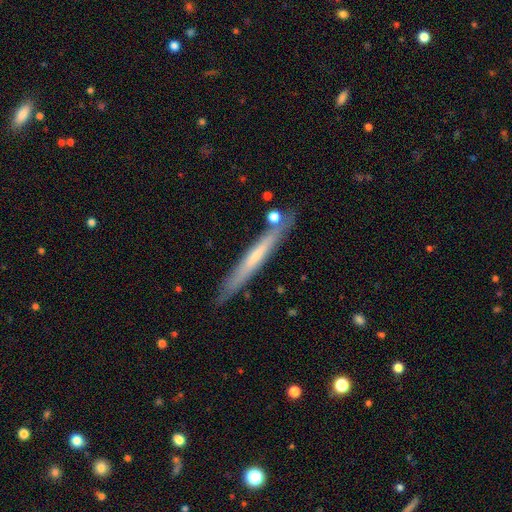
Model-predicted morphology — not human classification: smooth-or-featured: featured or disk: 52% | smooth: 42% | star or artifact: 6%
  disk-edge-on: yes: 92% | no: 8%
  merging: none: 83% | minor disturbance: 11% | merger: 4% | major disturbance: 2%